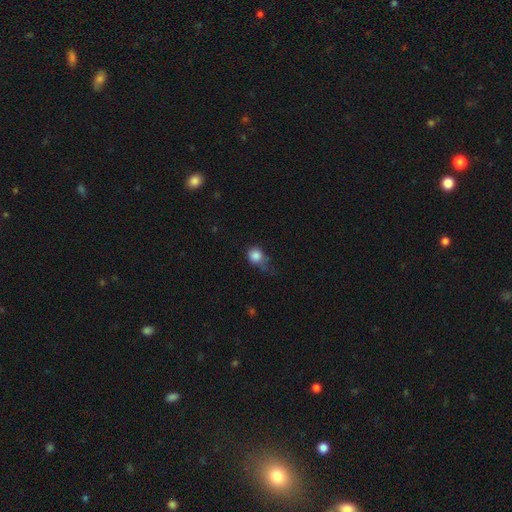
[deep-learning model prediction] smooth_or_featured: smooth (p=0.83) [alt: star or artifact p=0.10]
how_rounded: round (p=0.76) [alt: in between p=0.23]
merging: minor disturbance (p=0.38) [alt: none p=0.34]